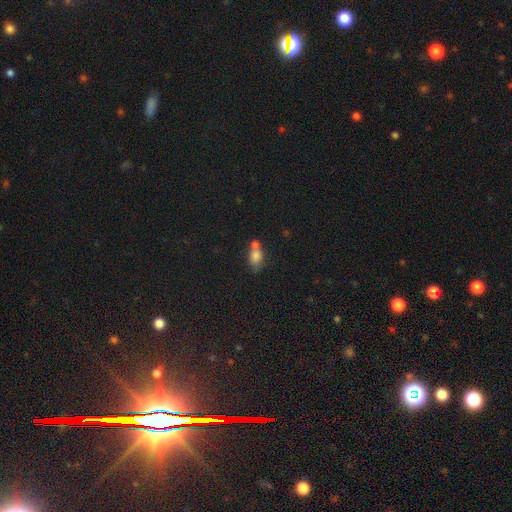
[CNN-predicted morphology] smooth_or_featured: smooth (p=0.79) [alt: star or artifact p=0.11]
how_rounded: in between (p=0.75) [alt: round p=0.22]
merging: merger (p=0.44) [alt: none p=0.36]